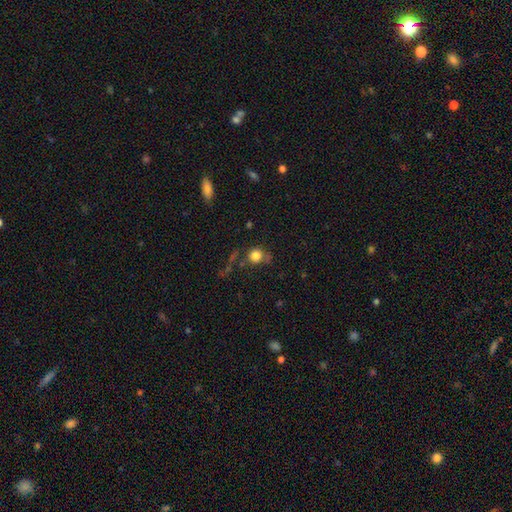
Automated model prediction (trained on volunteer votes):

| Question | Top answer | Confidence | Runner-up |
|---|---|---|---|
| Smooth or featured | smooth | 80% | star or artifact (12%) |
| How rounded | round | 89% | in between (10%) |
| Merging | none | 65% | minor disturbance (17%) |